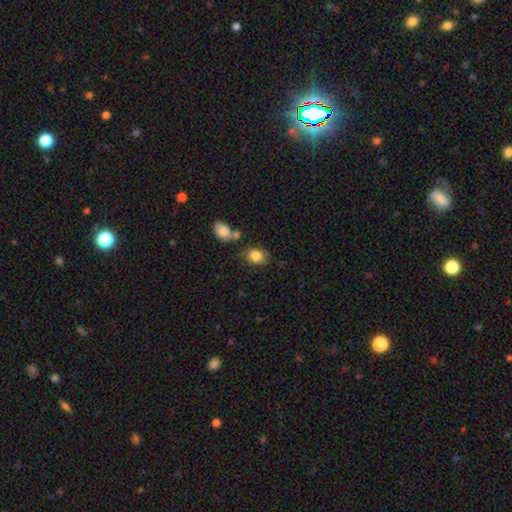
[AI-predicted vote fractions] Overall: smooth (84%). How rounded: in between (55%; round 44%). Merging: none (70%).